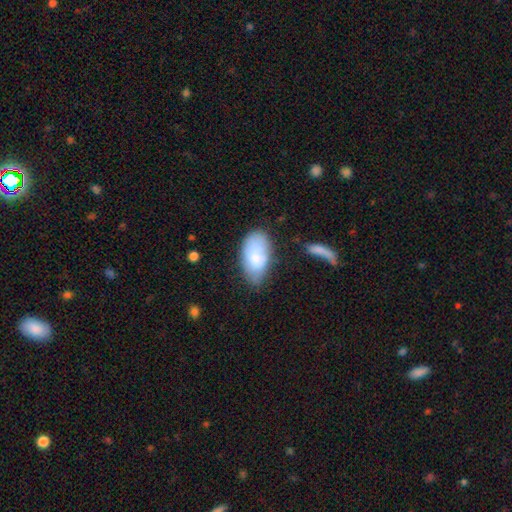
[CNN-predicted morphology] The model was most divided on "merging": none: 52%, minor disturbance: 28%, merger: 11%, major disturbance: 10%. More confident: how rounded — in between (94%); smooth or featured — smooth (75%).